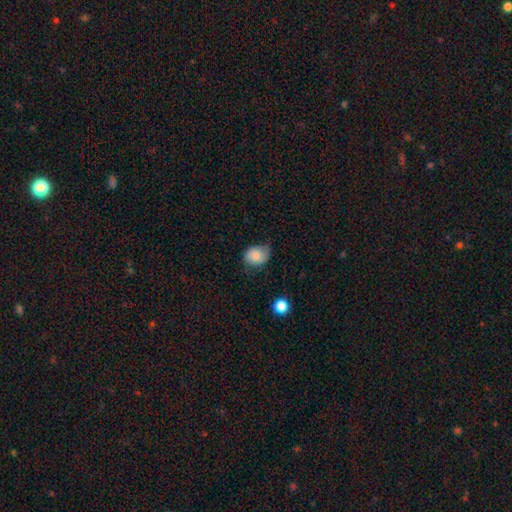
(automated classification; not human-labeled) Q: Smooth or featured?
A: smooth (71%); runner-up: featured or disk (21%)
Q: How rounded?
A: round (54%); runner-up: in between (45%)
Q: Merging?
A: none (52%); runner-up: minor disturbance (36%)